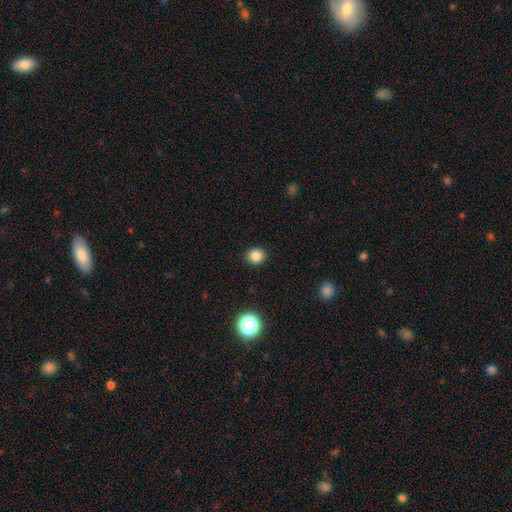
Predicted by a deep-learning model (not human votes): smooth_or_featured: smooth (p=0.83) [alt: star or artifact p=0.12]
how_rounded: round (p=0.78) [alt: in between p=0.21]
merging: none (p=0.91) [alt: minor disturbance p=0.06]